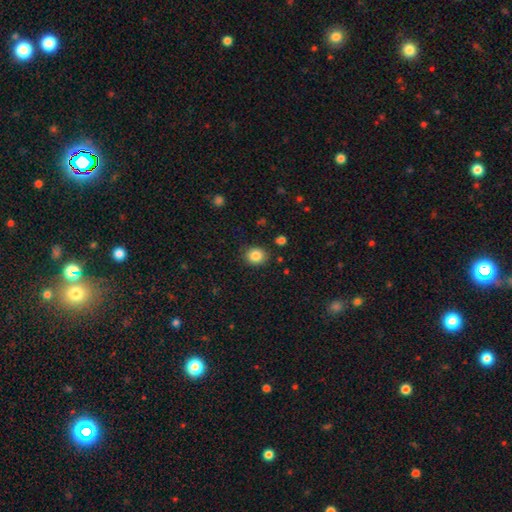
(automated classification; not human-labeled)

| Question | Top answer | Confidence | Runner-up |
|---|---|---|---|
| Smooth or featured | smooth | 85% | star or artifact (10%) |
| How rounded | round | 71% | in between (28%) |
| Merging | none | 86% | minor disturbance (9%) |